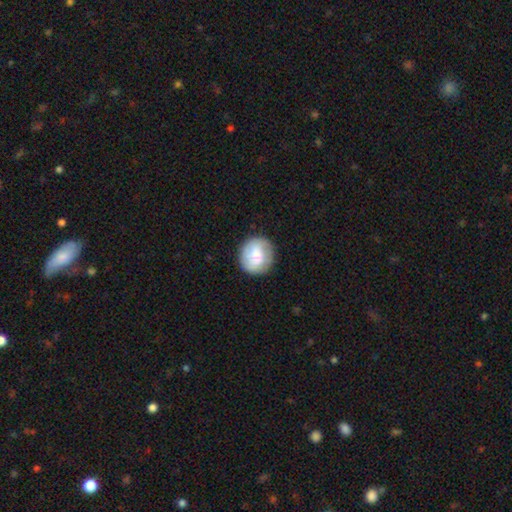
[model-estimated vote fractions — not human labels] smooth_or_featured: smooth (p=0.68) [alt: featured or disk p=0.26]
how_rounded: round (p=0.86) [alt: in between p=0.13]
merging: none (p=0.79) [alt: minor disturbance p=0.14]